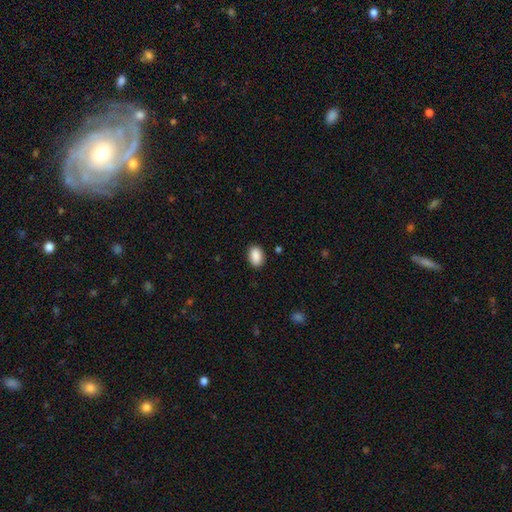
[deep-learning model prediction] smooth 90%, star or artifact 7%, featured or disk 3%. Down the decision tree: how rounded — in between (88%); merging — none (87%).